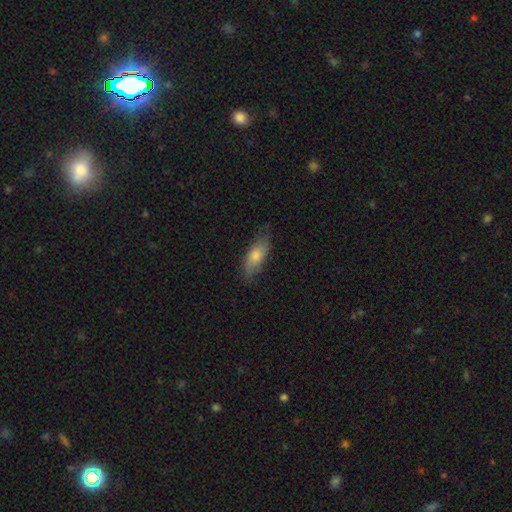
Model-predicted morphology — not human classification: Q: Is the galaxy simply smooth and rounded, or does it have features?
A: smooth — 72%.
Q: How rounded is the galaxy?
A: in between — 71%.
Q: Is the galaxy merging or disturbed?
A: none — 75%.